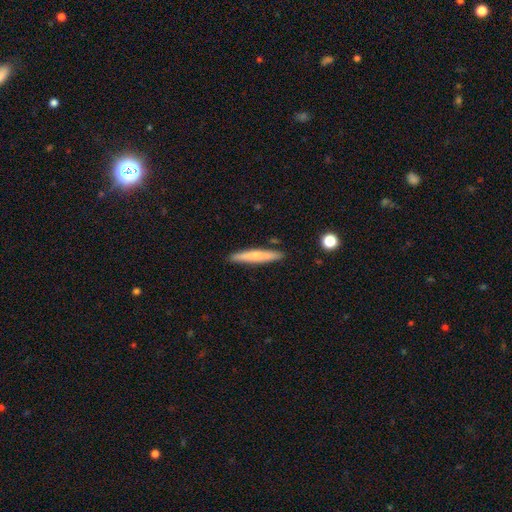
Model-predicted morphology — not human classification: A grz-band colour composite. It shows a smooth galaxy with no disk features (63%) that is cigar-shaped (94%). Merging: none (89%).